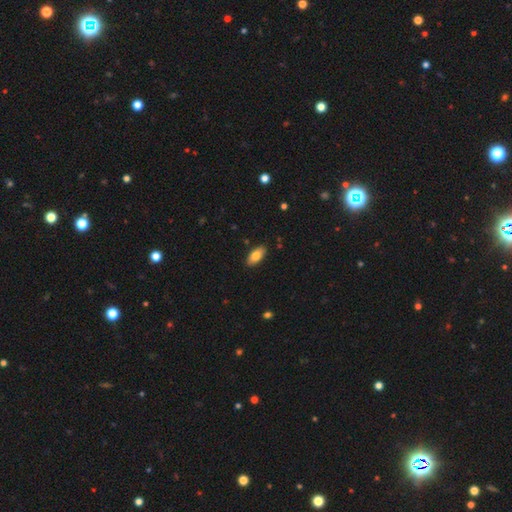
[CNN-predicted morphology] Smooth or featured? smooth (80%)
How rounded? in between (89%)
Merging? none (87%)